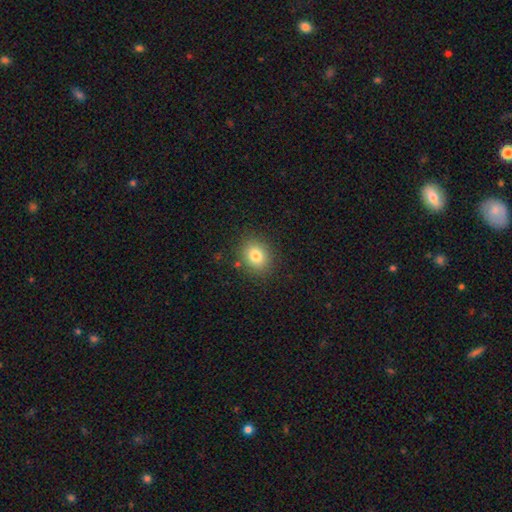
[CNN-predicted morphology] smooth-or-featured: smooth: 80% | star or artifact: 11% | featured or disk: 9%
  how-rounded: round: 63% | in between: 36% | cigar-shaped: 1%
  merging: none: 86% | minor disturbance: 9% | major disturbance: 3% | merger: 2%